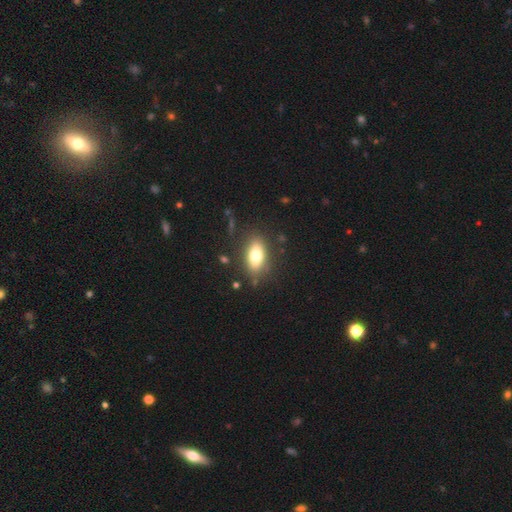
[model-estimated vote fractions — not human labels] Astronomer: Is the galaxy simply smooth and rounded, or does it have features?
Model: smooth — 74%.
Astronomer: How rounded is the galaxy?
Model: in between — 86%.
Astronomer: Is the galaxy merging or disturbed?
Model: none — 81%.